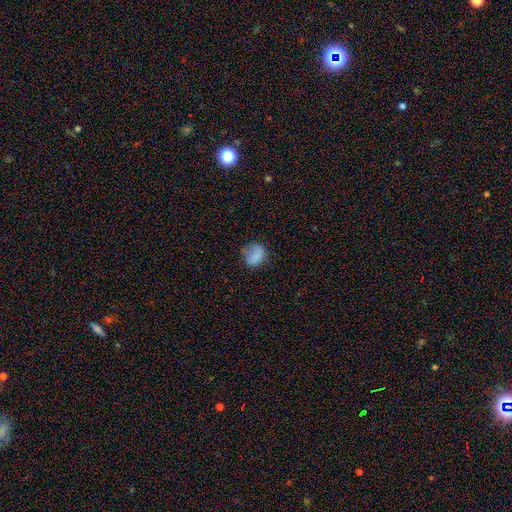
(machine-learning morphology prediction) A smooth galaxy with no disk features (72%) that is in between round and cigar-shaped (50%). Merging: none (44%).